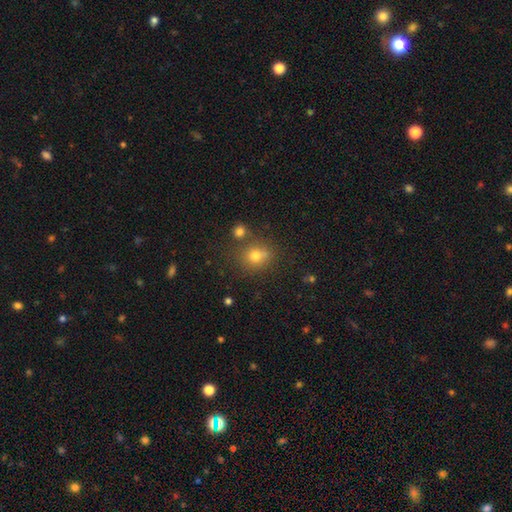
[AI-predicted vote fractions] Smooth or featured? smooth (72%)
How rounded? round (75%)
Merging? none (63%)